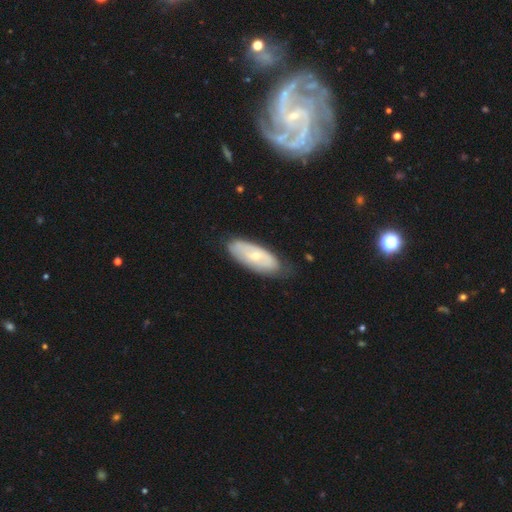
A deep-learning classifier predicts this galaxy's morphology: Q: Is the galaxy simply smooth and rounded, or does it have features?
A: featured or disk — 52%.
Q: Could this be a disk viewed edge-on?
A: no — 85%.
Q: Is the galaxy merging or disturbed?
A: none — 71%.